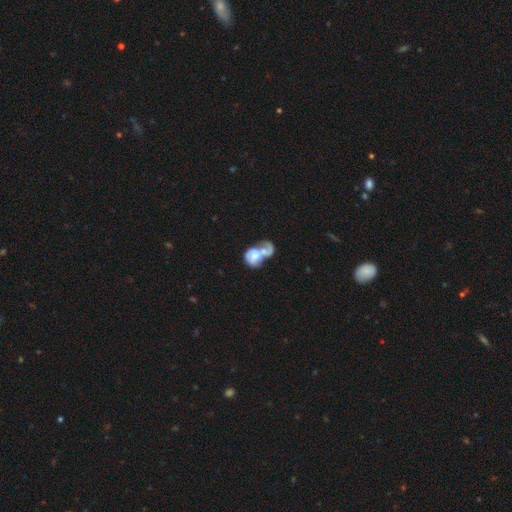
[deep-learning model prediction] This is possibly a featured or disk galaxy (53%). It is clearly not viewed edge-on (97%). Bar: likely no (72%). Spiral arm pattern: likely yes (64%). Central bulge: possibly moderate (49%). Merging: likely merger (73%).